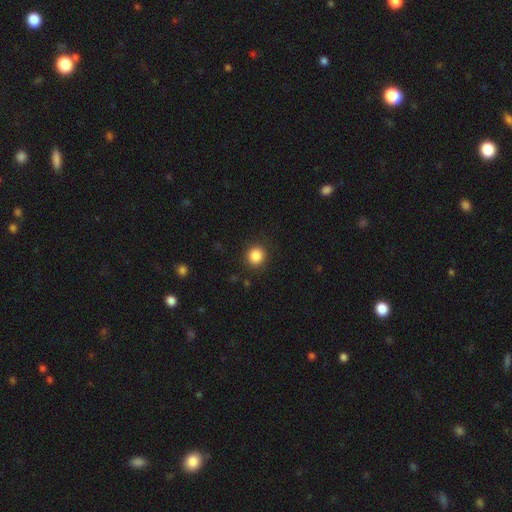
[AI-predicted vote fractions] This appears to be a smooth galaxy with no disk features (86%) that is round (90%). Merging: none (90%).